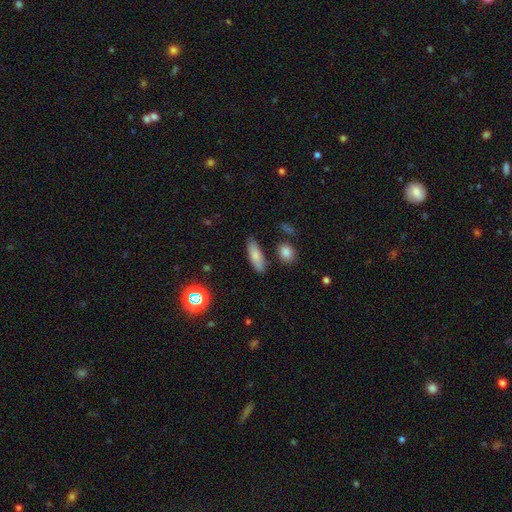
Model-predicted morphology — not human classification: Smooth or featured? smooth (79%)
How rounded? in between (59%)
Merging? none (82%)